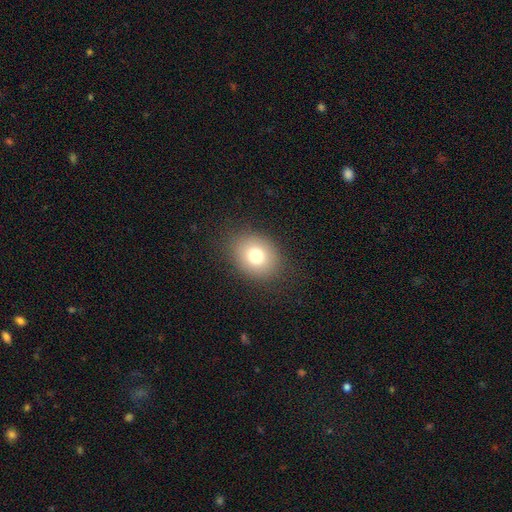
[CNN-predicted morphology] This is likely a smooth galaxy (76%). How rounded: possibly round (52%). Merging: clearly none (86%).